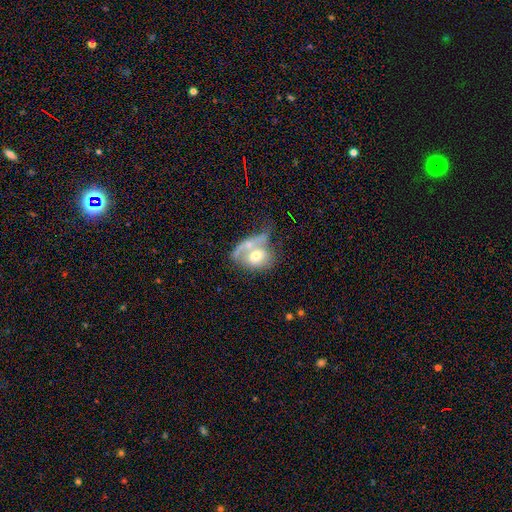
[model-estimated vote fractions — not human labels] Smooth or featured? smooth (51%)
How rounded? in between (61%)
Merging? merger (59%)